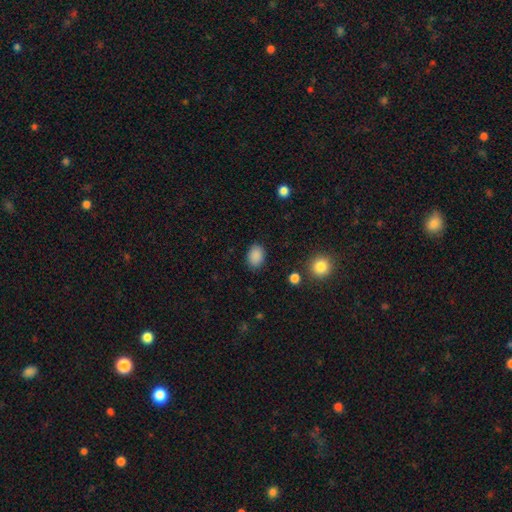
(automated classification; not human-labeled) A smooth galaxy with no disk features (88%) that is in between round and cigar-shaped (74%). Merging: none (86%).